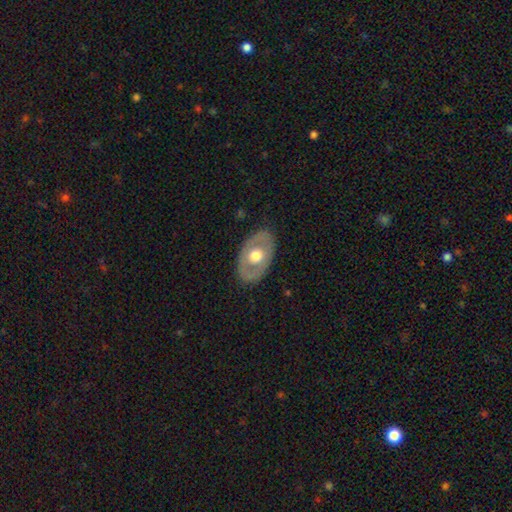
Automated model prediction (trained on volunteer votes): This is possibly a featured or disk galaxy (50%). It is clearly not viewed edge-on (87%). Merging: clearly none (83%).